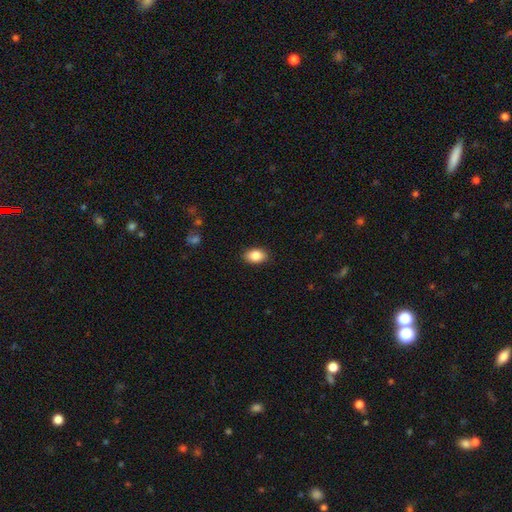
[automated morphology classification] smooth-or-featured: smooth: 86% | star or artifact: 7% | featured or disk: 6%
  how-rounded: in between: 88% | round: 11% | cigar-shaped: 1%
  merging: none: 89% | minor disturbance: 9% | major disturbance: 2% | merger: 1%